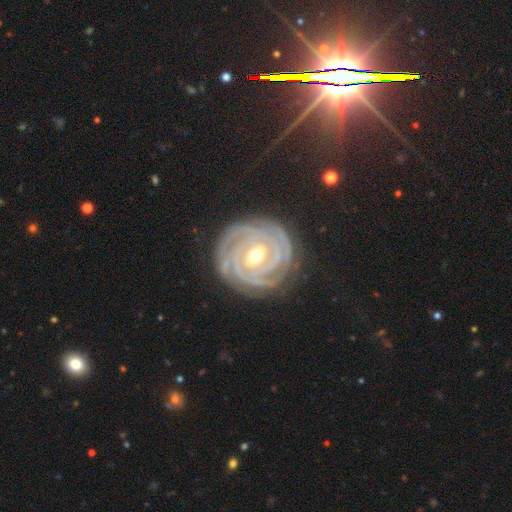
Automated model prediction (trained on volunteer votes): A featured or disk galaxy (90%) with a weak bar (40%), 3 (27%) tight (92%) spiral arms (98%) and a moderate central bulge (67%). Merging: none (83%).